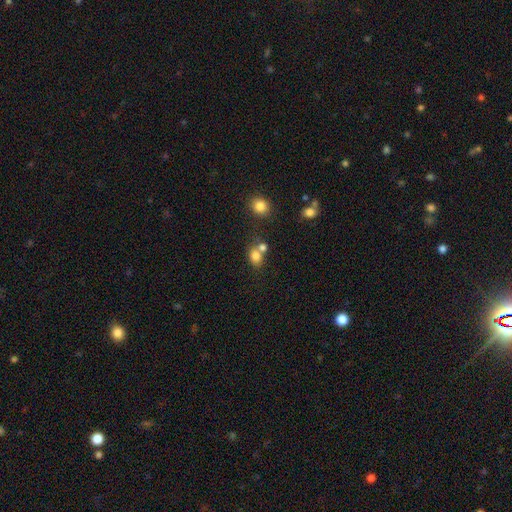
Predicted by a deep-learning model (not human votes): Smooth or featured? Predicted: smooth (p=0.79). How rounded? Predicted: round (p=0.56). Merging? Predicted: none (p=0.45).